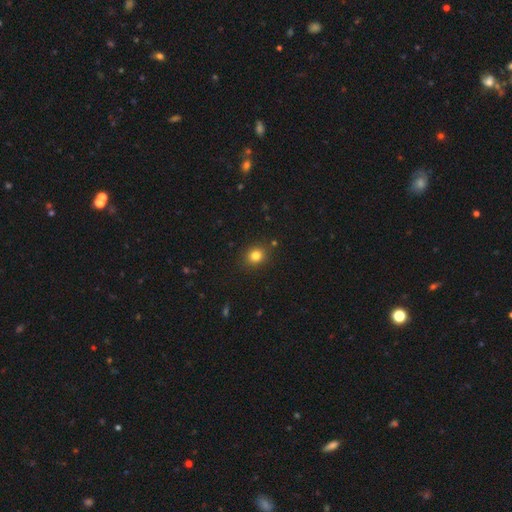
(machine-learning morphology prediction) smooth_or_featured: smooth (p=0.81) [alt: star or artifact p=0.13]
how_rounded: round (p=0.76) [alt: in between p=0.23]
merging: none (p=0.87) [alt: minor disturbance p=0.08]